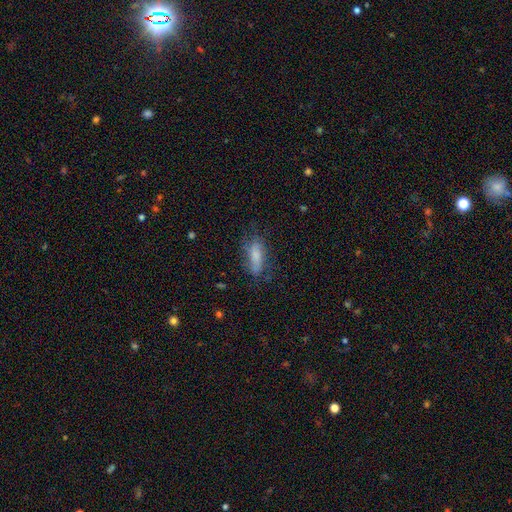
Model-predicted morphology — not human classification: A smooth galaxy with no disk features (65%) that is in between round and cigar-shaped (65%).

Vote fractions:
- Smooth or featured? smooth: 65% / featured or disk: 26% / star or artifact: 9%
- How rounded? in between: 65% / cigar-shaped: 32% / round: 3%
- Merging? none: 59% / minor disturbance: 26% / major disturbance: 14% / merger: 2%